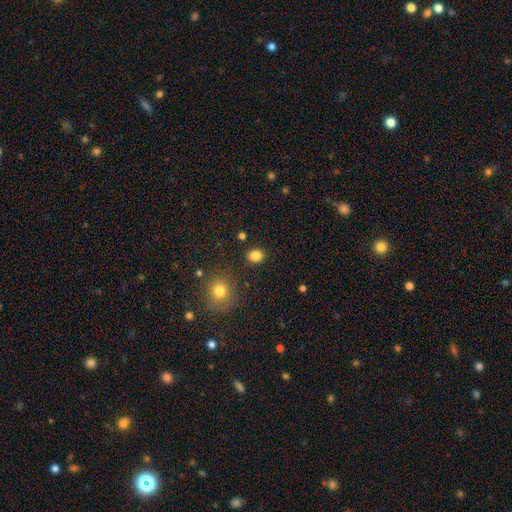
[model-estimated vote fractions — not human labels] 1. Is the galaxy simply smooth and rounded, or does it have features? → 84% smooth, 12% star or artifact, 4% featured or disk.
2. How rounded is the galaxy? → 68% round, 31% in between, 1% cigar-shaped.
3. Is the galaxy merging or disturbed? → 88% none, 7% minor disturbance, 2% major disturbance, 2% merger.